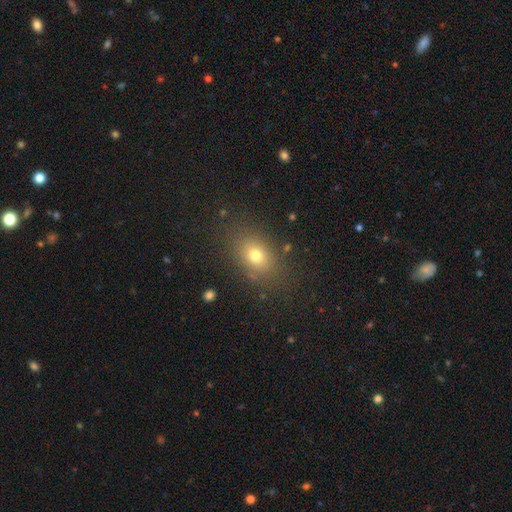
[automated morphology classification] smooth-or-featured: smooth: 73% | star or artifact: 14% | featured or disk: 13%
  how-rounded: in between: 70% | round: 28% | cigar-shaped: 2%
  merging: none: 81% | minor disturbance: 12% | major disturbance: 5% | merger: 2%